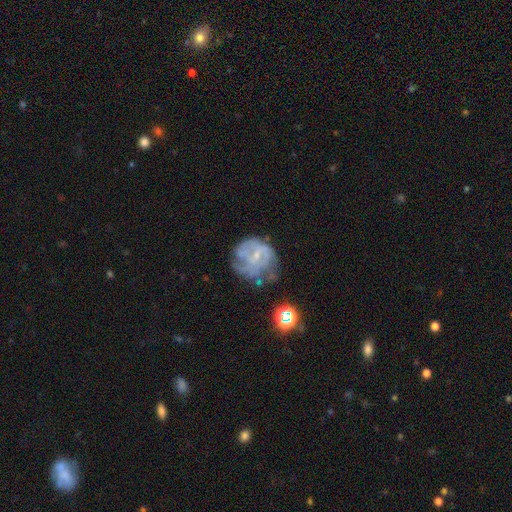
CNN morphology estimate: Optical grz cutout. It shows a featured or disk galaxy (65%) with no bar (57%), spiral arms (61%) and a small central bulge (66%). Merging: none (41%).